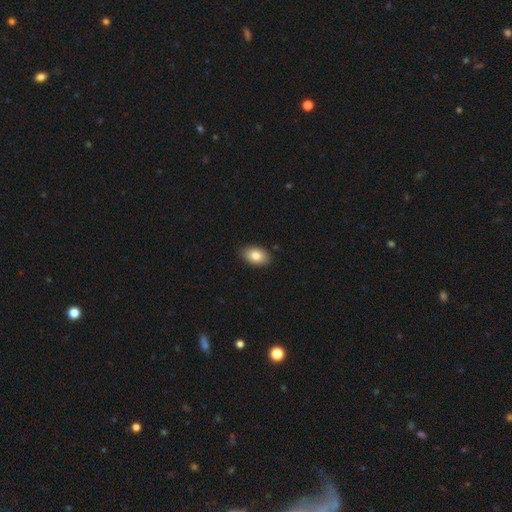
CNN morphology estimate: smooth 83%, featured or disk 10%, star or artifact 7%. Down the decision tree: how rounded — in between (88%); merging — none (89%).